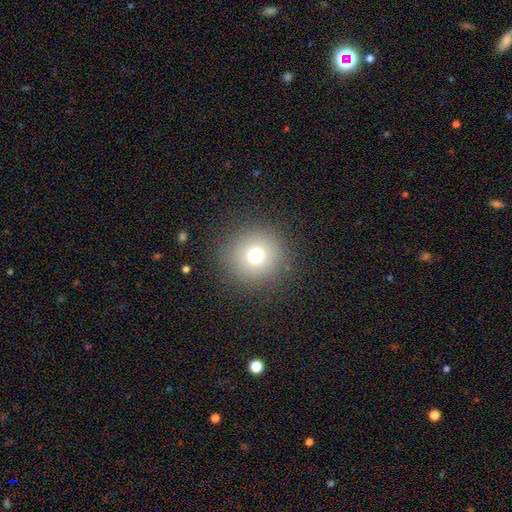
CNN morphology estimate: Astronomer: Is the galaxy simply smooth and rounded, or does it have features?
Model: smooth — 71%.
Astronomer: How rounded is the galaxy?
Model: round — 95%.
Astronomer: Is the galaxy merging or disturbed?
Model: none — 89%.